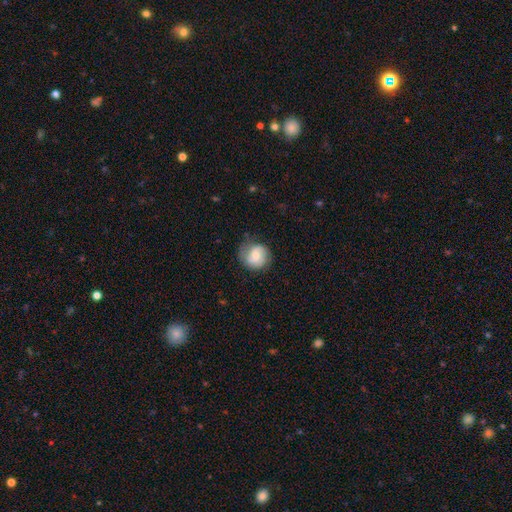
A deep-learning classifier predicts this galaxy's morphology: This appears to be a smooth galaxy with no disk features (49%). Merging: none (65%).